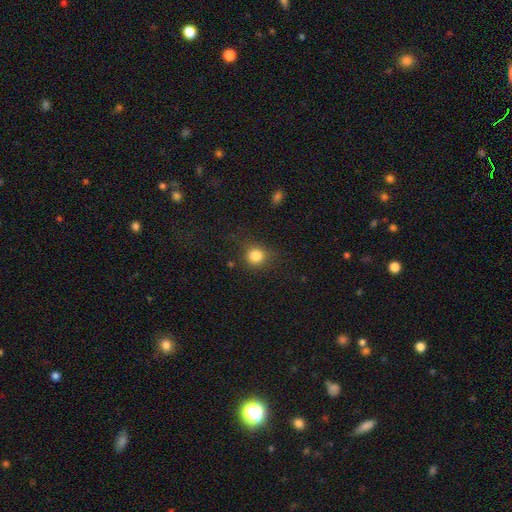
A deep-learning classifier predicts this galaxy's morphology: smooth 83%, star or artifact 12%, featured or disk 6%. Down the decision tree: how rounded — round (85%); merging — none (75%).